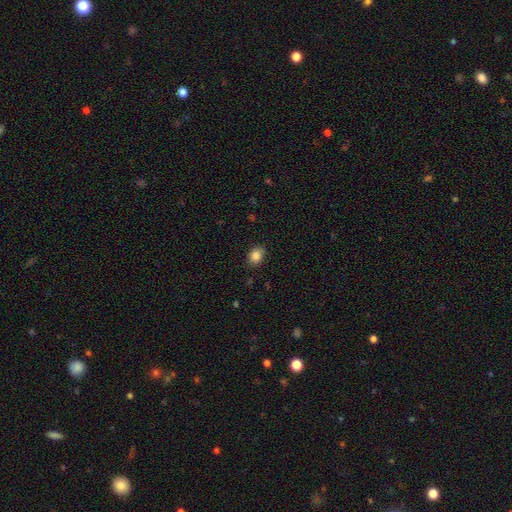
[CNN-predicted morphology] Q: Smooth or featured?
A: smooth (85%); runner-up: star or artifact (10%)
Q: How rounded?
A: in between (55%); runner-up: round (44%)
Q: Merging?
A: none (85%); runner-up: minor disturbance (12%)